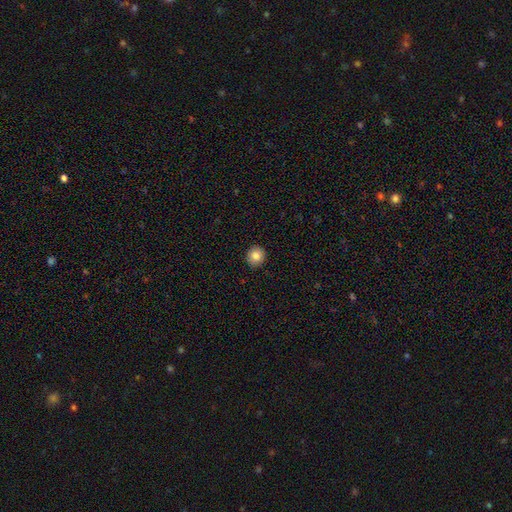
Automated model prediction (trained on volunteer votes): The model was most divided on "smooth or featured": smooth: 84%, star or artifact: 9%, featured or disk: 7%. More confident: merging — none (91%); how rounded — round (88%).